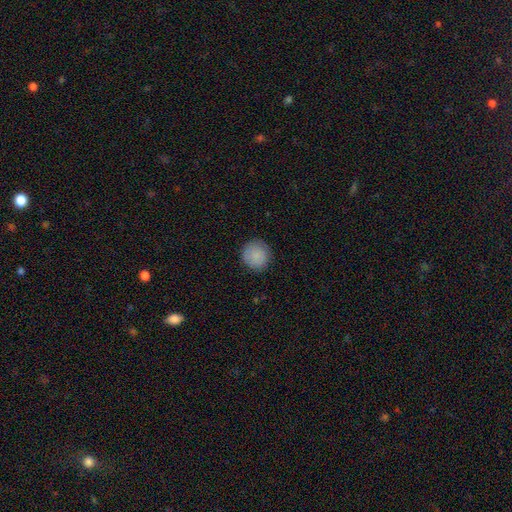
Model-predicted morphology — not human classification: A smooth galaxy with no disk features (87%) that is round (93%).

Vote fractions:
- Smooth or featured? smooth: 87% / star or artifact: 7% / featured or disk: 6%
- How rounded? round: 93% / in between: 6% / cigar-shaped: 1%
- Merging? none: 87% / minor disturbance: 9% / major disturbance: 2% / merger: 1%